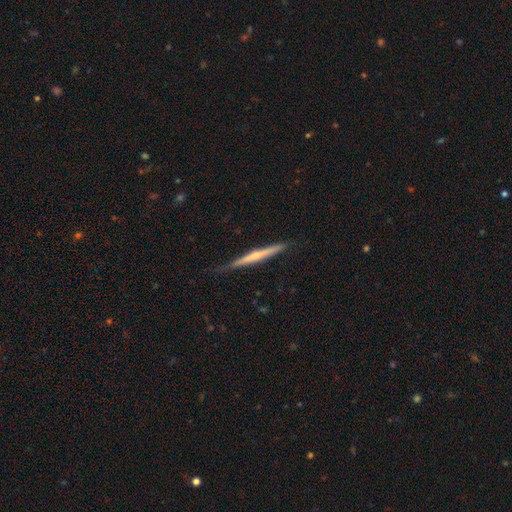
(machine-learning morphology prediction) type=featured or disk (62%); edge-on=yes (98%); edge-on bulge=rounded (49%); merging=none (83%).